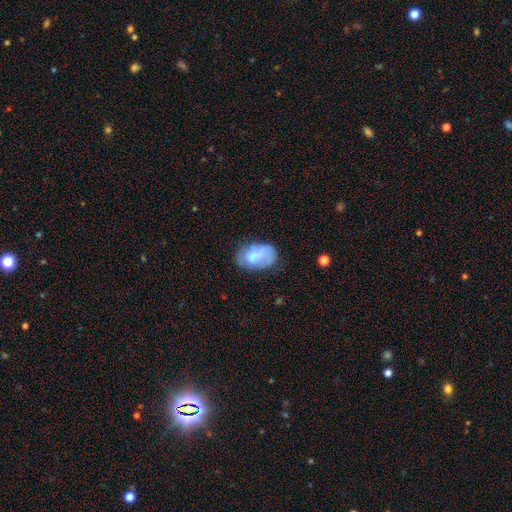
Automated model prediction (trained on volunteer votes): The model was most divided on "merging": none: 47%, minor disturbance: 29%, major disturbance: 16%, merger: 8%. More confident: how rounded — in between (87%); smooth or featured — smooth (62%).